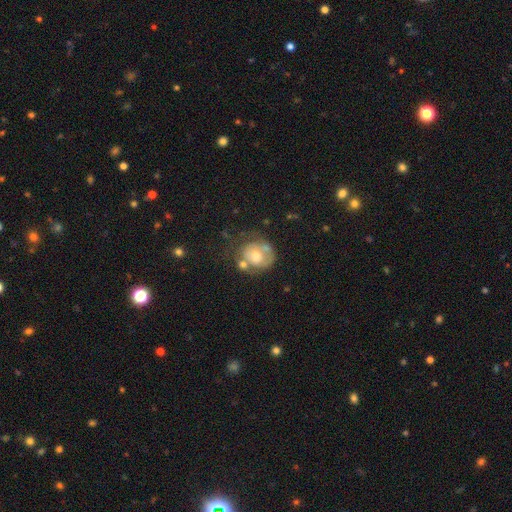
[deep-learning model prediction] This is possibly a featured or disk galaxy (49%). Merging: marginally none (41%).